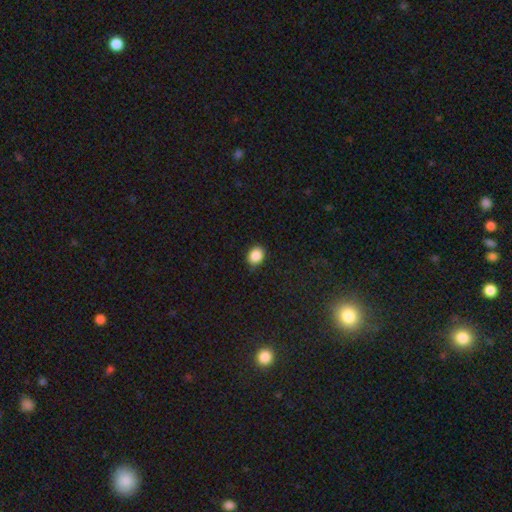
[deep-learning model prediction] smooth 88%, star or artifact 9%, featured or disk 3%. Down the decision tree: how rounded — round (54%); merging — none (86%).